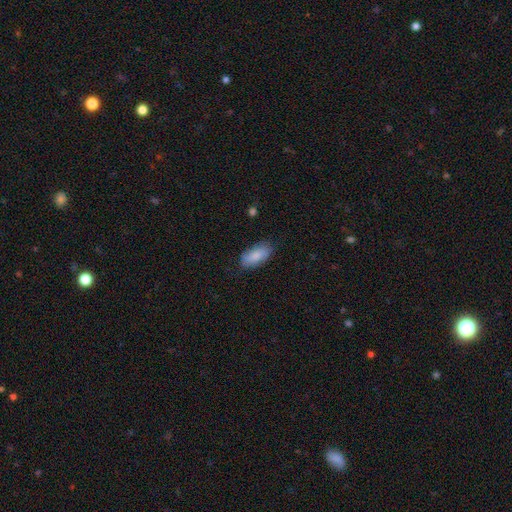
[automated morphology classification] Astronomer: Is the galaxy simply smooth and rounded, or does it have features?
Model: smooth — 84%.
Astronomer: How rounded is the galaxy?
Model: in between — 89%.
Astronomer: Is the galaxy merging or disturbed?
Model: none — 77%.